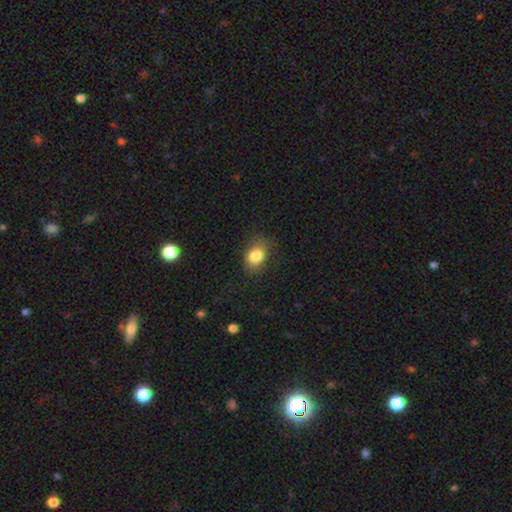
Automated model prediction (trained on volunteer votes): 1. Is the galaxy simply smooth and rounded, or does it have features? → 83% smooth, 9% star or artifact, 7% featured or disk.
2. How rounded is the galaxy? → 62% in between, 36% round, 1% cigar-shaped.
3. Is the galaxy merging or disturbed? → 73% none, 19% minor disturbance, 7% major disturbance, 1% merger.